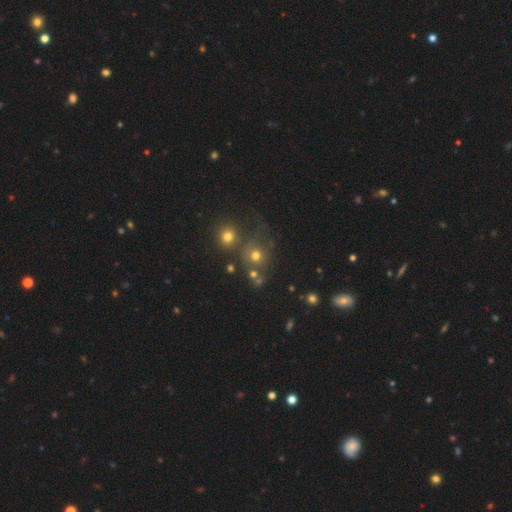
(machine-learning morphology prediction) smooth-or-featured: smooth: 67% | star or artifact: 21% | featured or disk: 13%
  how-rounded: round: 86% | in between: 13% | cigar-shaped: 1%
  merging: none: 55% | merger: 25% | minor disturbance: 11% | major disturbance: 8%